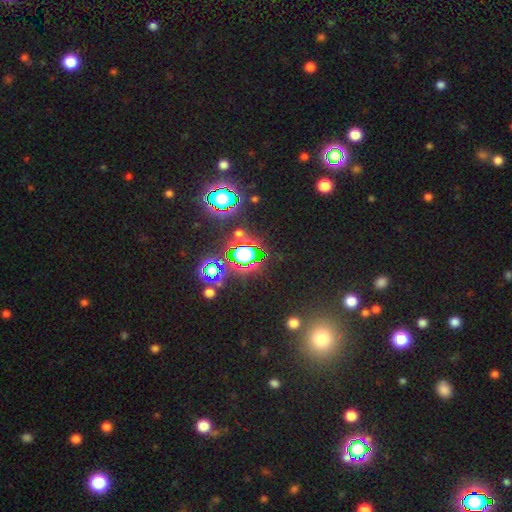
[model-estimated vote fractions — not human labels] Morphology: type=star or artifact (80%).